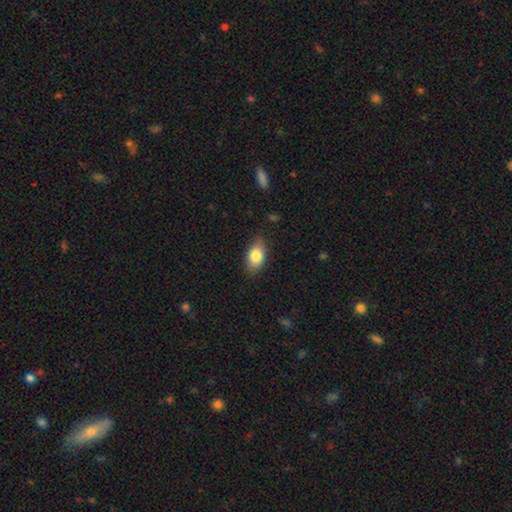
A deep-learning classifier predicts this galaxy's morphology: A smooth galaxy with no disk features (81%) that is in between round and cigar-shaped (88%).

Vote fractions:
- Smooth or featured? smooth: 81% / featured or disk: 11% / star or artifact: 7%
- How rounded? in between: 88% / round: 9% / cigar-shaped: 3%
- Merging? none: 78% / minor disturbance: 18% / major disturbance: 3% / merger: 1%